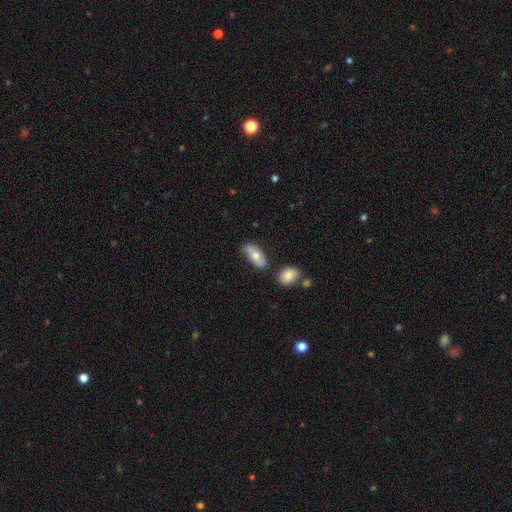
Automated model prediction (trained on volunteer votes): Smooth or featured: smooth — 70% (featured or disk — 24%)
How rounded: in between — 89% (cigar-shaped — 8%)
Merging: none — 70% (minor disturbance — 18%)